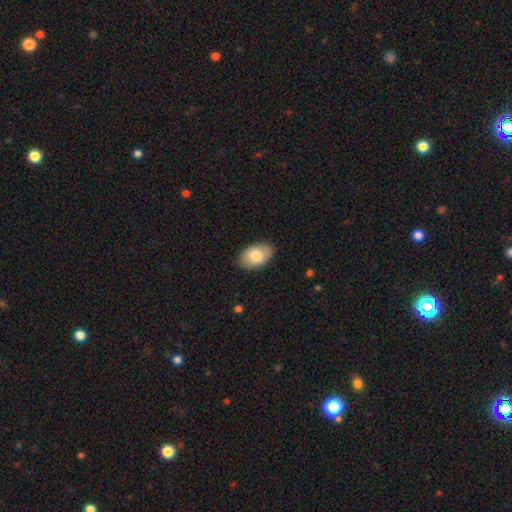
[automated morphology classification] smooth-or-featured: smooth: 82% | featured or disk: 12% | star or artifact: 6%
  how-rounded: in between: 92% | round: 6% | cigar-shaped: 1%
  merging: none: 85% | minor disturbance: 12% | major disturbance: 2% | merger: 1%